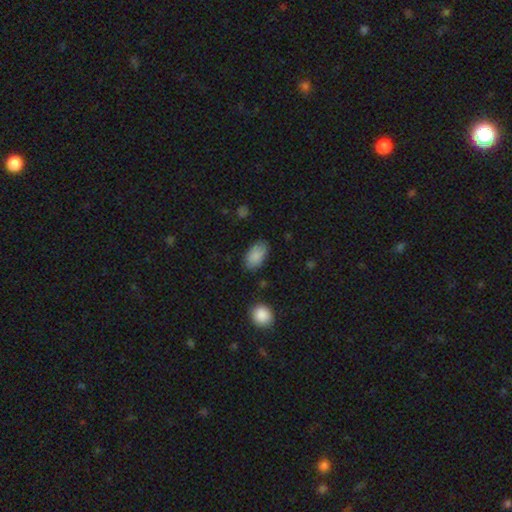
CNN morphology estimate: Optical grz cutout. It shows a smooth galaxy with no disk features (86%) that is in between round and cigar-shaped (93%). Merging: none (77%).